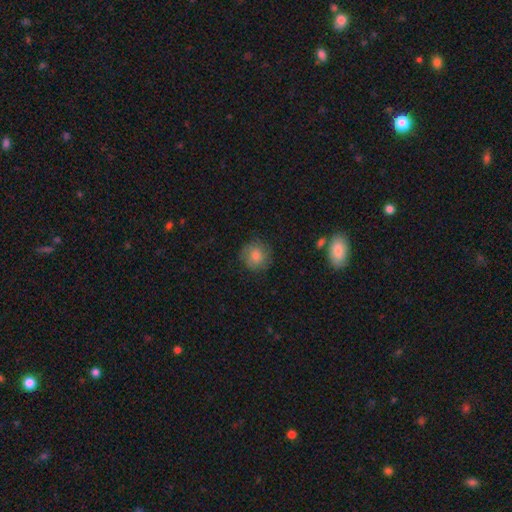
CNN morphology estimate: The model was most divided on "smooth or featured": smooth: 77%, featured or disk: 13%, star or artifact: 9%. More confident: how rounded — round (90%); merging — none (82%).